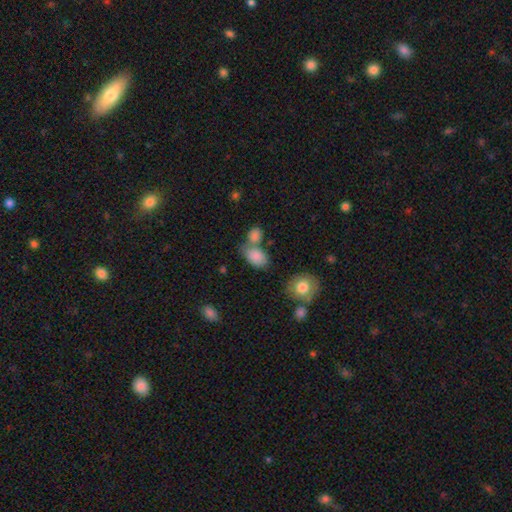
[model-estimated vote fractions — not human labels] smooth-or-featured: smooth: 84% | star or artifact: 9% | featured or disk: 8%
  how-rounded: in between: 84% | round: 14% | cigar-shaped: 2%
  merging: none: 44% | merger: 37% | minor disturbance: 14% | major disturbance: 5%